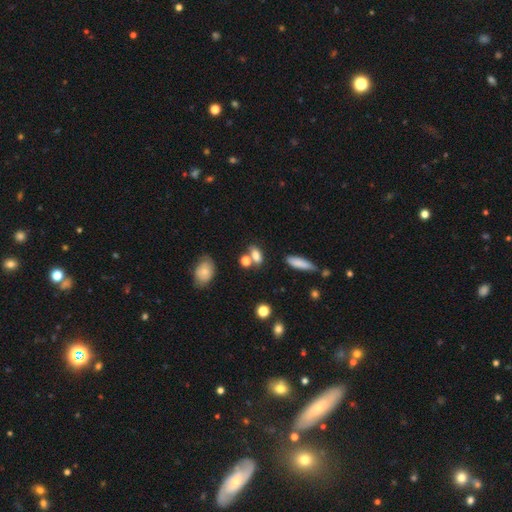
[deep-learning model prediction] Smooth or featured? smooth (74%)
How rounded? in between (74%)
Merging? none (52%)